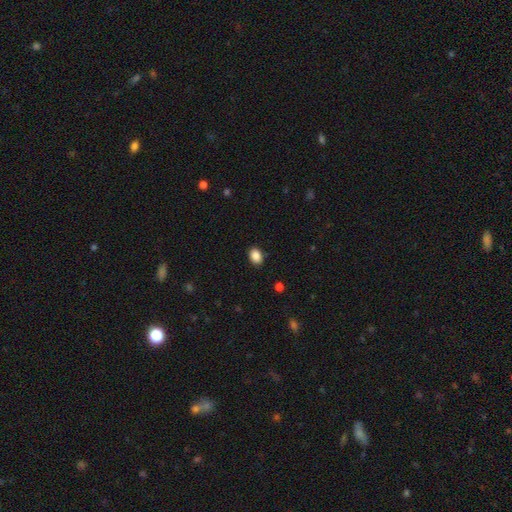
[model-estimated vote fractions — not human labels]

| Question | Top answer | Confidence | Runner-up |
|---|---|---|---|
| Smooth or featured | smooth | 89% | star or artifact (8%) |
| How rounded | in between | 76% | round (23%) |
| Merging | none | 89% | minor disturbance (8%) |